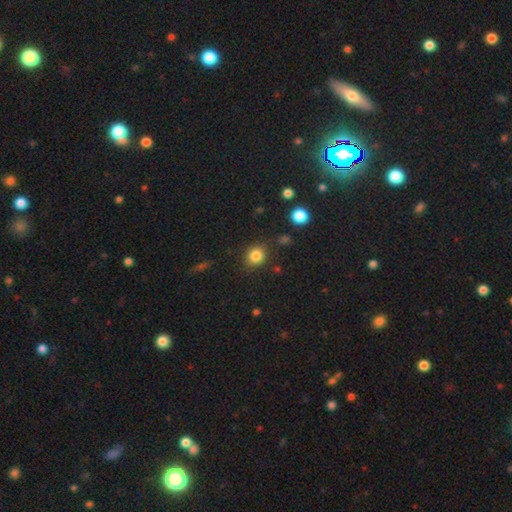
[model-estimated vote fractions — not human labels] Overall: smooth (84%). How rounded: round (77%). Merging: none (84%).